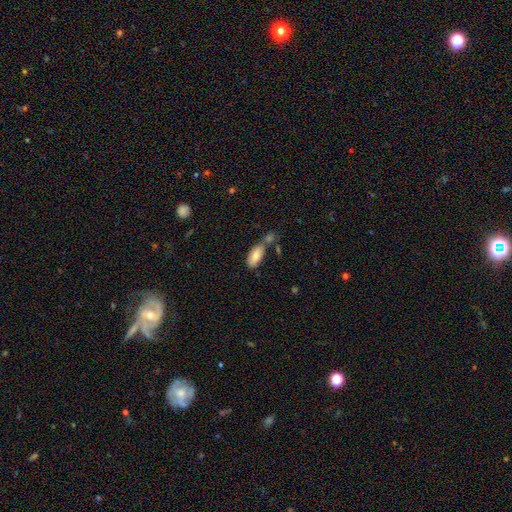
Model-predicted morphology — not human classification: This is clearly a smooth galaxy (80%). How rounded: clearly in between (88%). Merging: possibly none (56%).